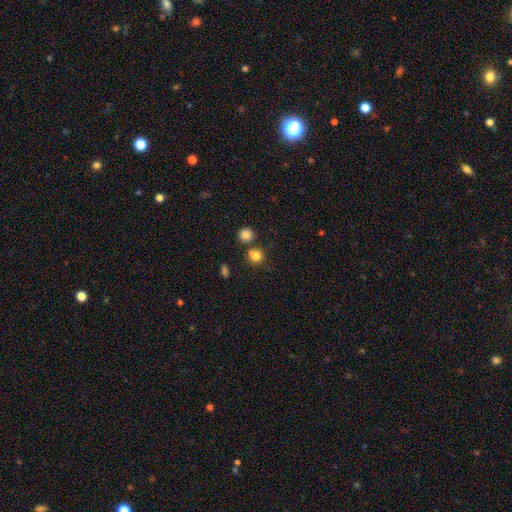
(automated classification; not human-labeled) smooth-or-featured: smooth: 82% | star or artifact: 12% | featured or disk: 6%
  how-rounded: round: 89% | in between: 10% | cigar-shaped: 1%
  merging: none: 71% | merger: 17% | minor disturbance: 9% | major disturbance: 3%